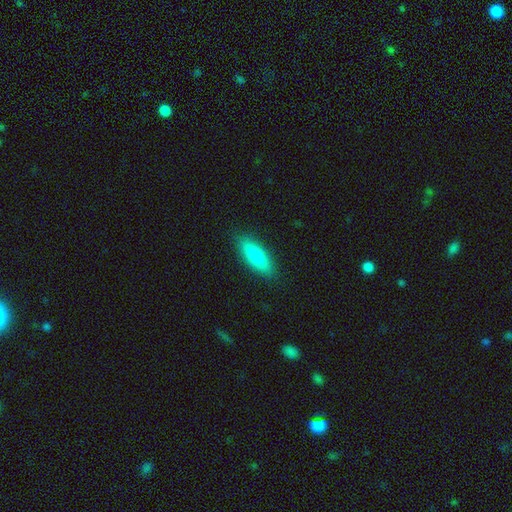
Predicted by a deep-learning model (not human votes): Morphology: type=smooth (79%); roundness=cigar-shaped (53%); merging=none (88%).